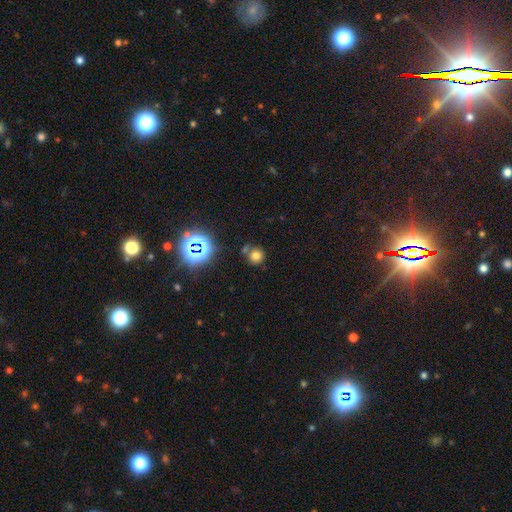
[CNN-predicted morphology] This appears to be a smooth galaxy with no disk features (69%) that is round (88%). Merging: none (68%).